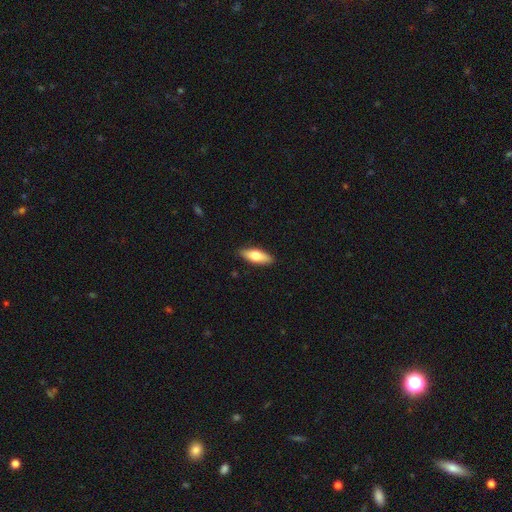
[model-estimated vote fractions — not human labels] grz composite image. It shows a smooth galaxy with no disk features (71%) that is in between round and cigar-shaped (69%). Merging: none (89%).